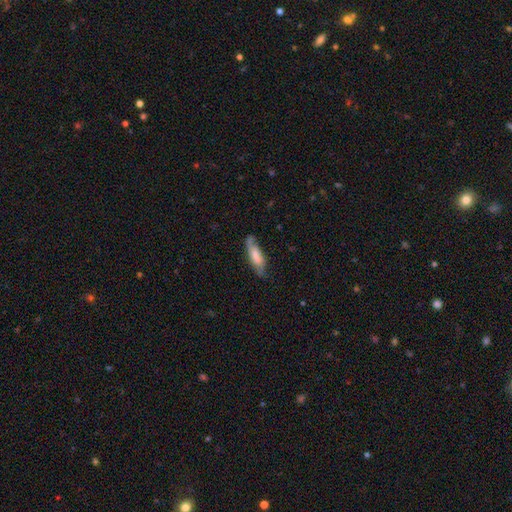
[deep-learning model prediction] Overall: smooth (62%; featured or disk 32%). How rounded: cigar-shaped (52%; in between 46%). Merging: none (63%; minor disturbance 27%).